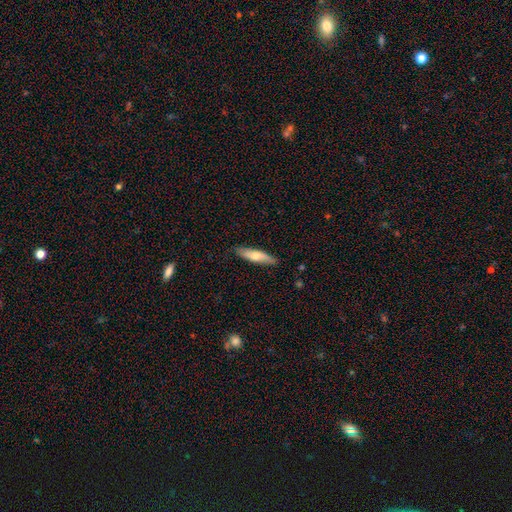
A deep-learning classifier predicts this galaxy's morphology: This is likely a smooth galaxy (65%). How rounded: likely cigar-shaped (72%). Merging: clearly none (86%).